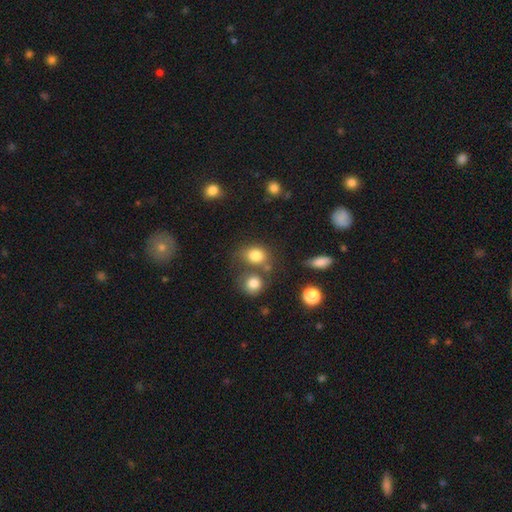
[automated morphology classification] smooth_or_featured: smooth (p=0.80) [alt: star or artifact p=0.12]
how_rounded: round (p=0.54) [alt: in between p=0.45]
merging: none (p=0.55) [alt: merger p=0.24]